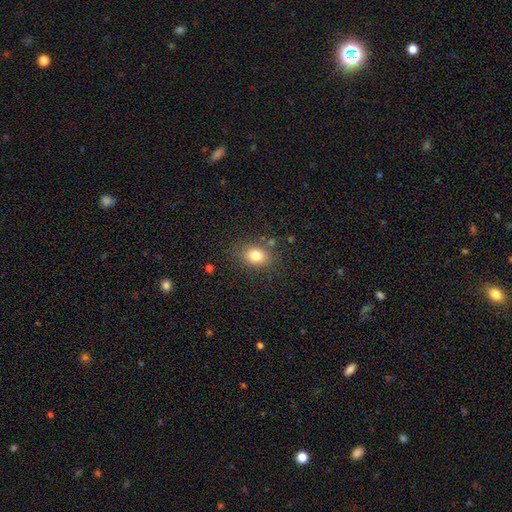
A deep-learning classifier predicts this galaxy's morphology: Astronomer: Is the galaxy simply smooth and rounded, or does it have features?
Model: smooth — 80%.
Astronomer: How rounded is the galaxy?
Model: in between — 60% (runner-up: round, 39%).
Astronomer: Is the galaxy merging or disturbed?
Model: none — 80%.